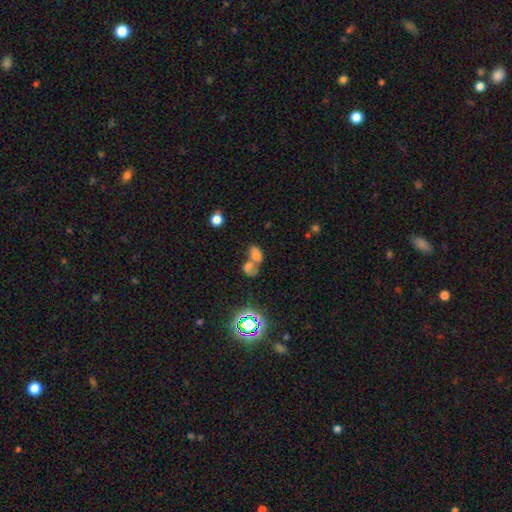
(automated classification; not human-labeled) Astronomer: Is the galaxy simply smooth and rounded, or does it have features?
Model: smooth — 62%.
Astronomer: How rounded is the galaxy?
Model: in between — 80%.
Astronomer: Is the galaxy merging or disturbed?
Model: merger — 69%.